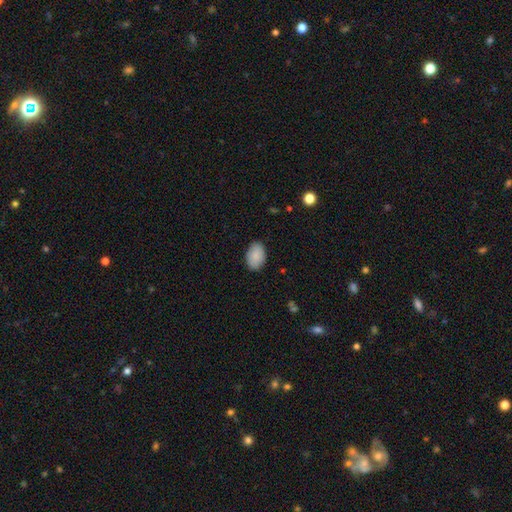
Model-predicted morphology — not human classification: Overall: smooth (89%). How rounded: in between (88%). Merging: none (85%).